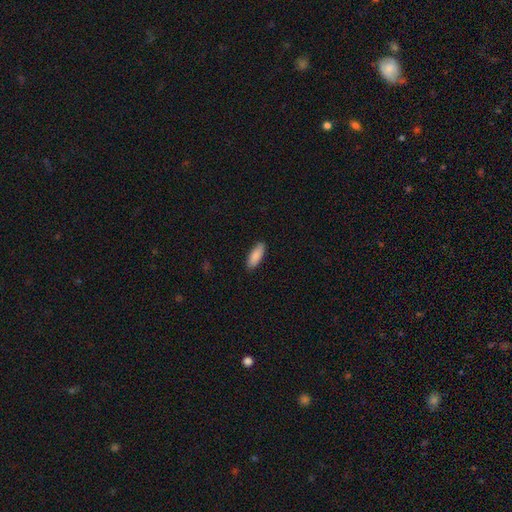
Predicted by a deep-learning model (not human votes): A smooth galaxy with no disk features (89%) that is in between round and cigar-shaped (66%).

Vote fractions:
- Smooth or featured? smooth: 89% / star or artifact: 6% / featured or disk: 6%
- How rounded? in between: 66% / cigar-shaped: 32% / round: 2%
- Merging? none: 87% / minor disturbance: 10% / major disturbance: 2% / merger: 1%